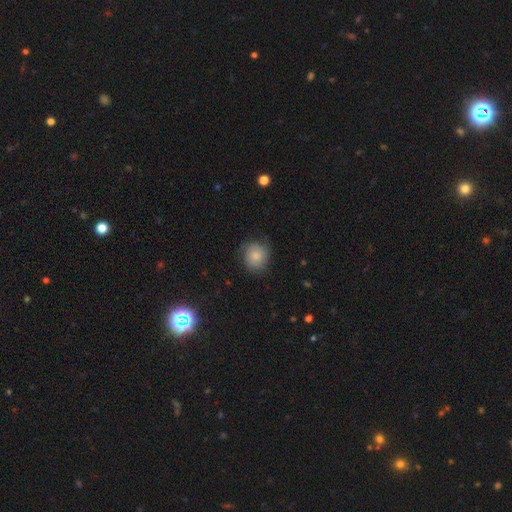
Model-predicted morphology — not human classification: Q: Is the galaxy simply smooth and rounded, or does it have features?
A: smooth — 79%.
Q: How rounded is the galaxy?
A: round — 82%.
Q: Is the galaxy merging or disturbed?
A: none — 73%.